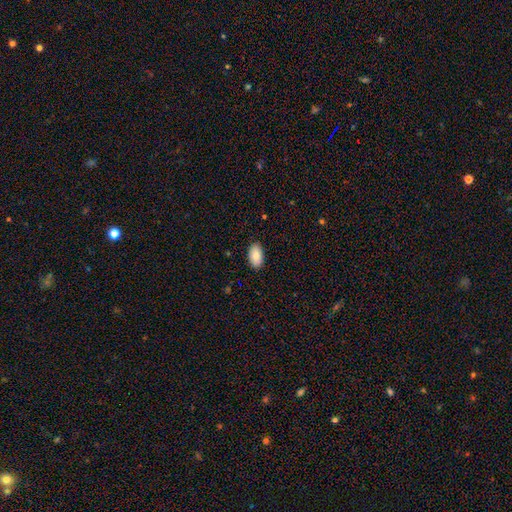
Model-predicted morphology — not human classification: Smooth or featured?
  - smooth: 86% *
  - featured or disk: 7%
  - star or artifact: 7%
How rounded?
  - in between: 94% *
  - round: 4%
  - cigar-shaped: 1%
Merging?
  - none: 89% *
  - minor disturbance: 9%
  - major disturbance: 2%
  - merger: 1%